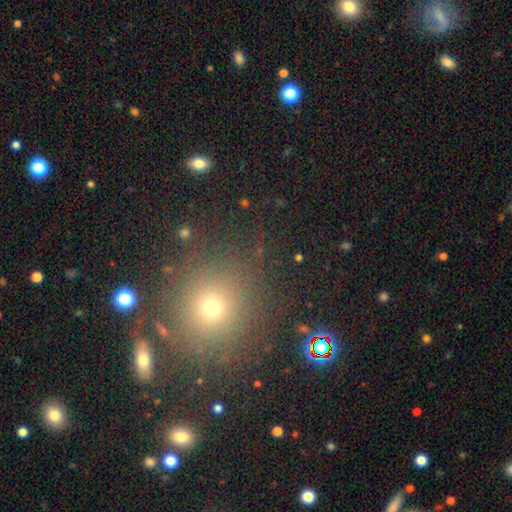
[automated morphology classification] A smooth galaxy with no disk features (52%) that is round (90%).

Vote fractions:
- Smooth or featured? smooth: 52% / star or artifact: 39% / featured or disk: 9%
- How rounded? round: 90% / in between: 8% / cigar-shaped: 1%
- Merging? none: 86% / minor disturbance: 7% / merger: 4% / major disturbance: 3%